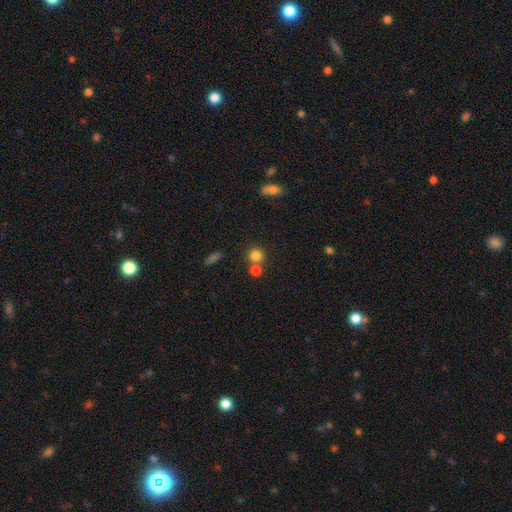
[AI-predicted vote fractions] smooth-or-featured: smooth: 80% | star or artifact: 13% | featured or disk: 7%
  how-rounded: round: 87% | in between: 12% | cigar-shaped: 1%
  merging: none: 60% | merger: 29% | minor disturbance: 7% | major disturbance: 3%